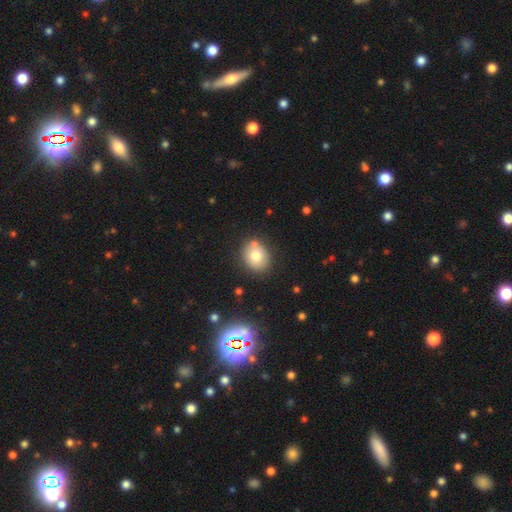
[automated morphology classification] This is likely a smooth galaxy (75%). How rounded: possibly round (54%). Merging: likely none (74%).